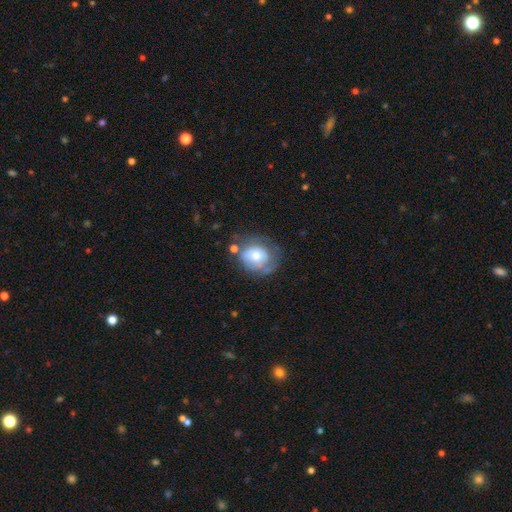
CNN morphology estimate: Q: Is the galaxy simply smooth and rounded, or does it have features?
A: smooth — 51%.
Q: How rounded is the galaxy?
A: round — 64%.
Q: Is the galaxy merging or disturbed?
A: none — 47%.